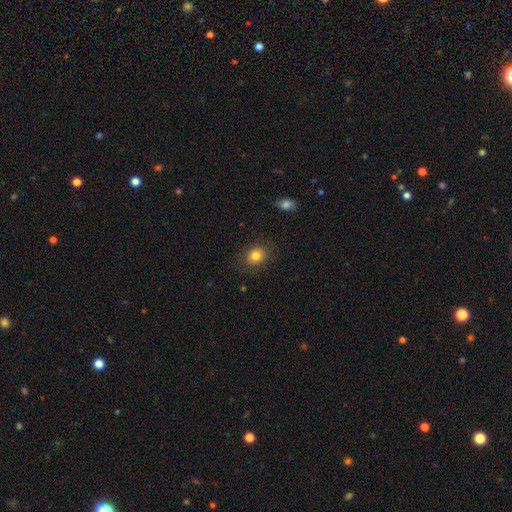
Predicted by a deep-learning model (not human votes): Q: Smooth or featured?
A: smooth (82%); runner-up: star or artifact (10%)
Q: How rounded?
A: round (62%); runner-up: in between (37%)
Q: Merging?
A: none (84%); runner-up: minor disturbance (11%)